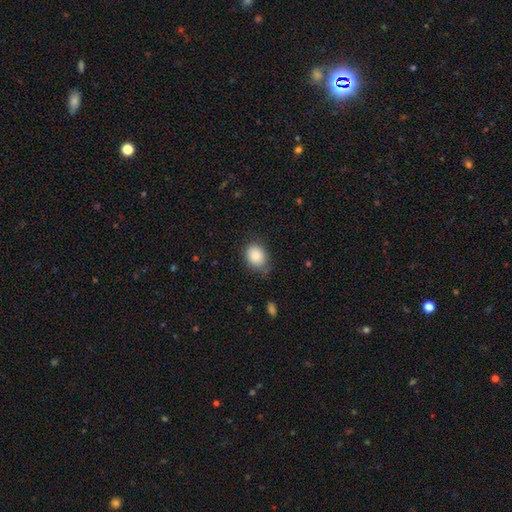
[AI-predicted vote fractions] A smooth galaxy with no disk features (85%) that is in between round and cigar-shaped (57%). Merging: none (70%).